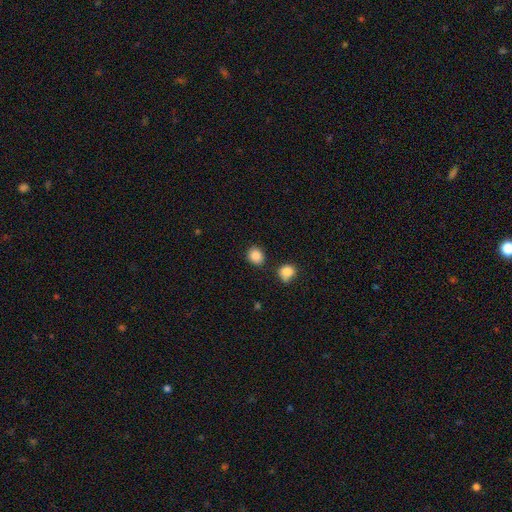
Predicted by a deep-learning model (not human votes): A smooth galaxy with no disk features (87%) that is round (67%).

Vote fractions:
- Smooth or featured? smooth: 87% / star or artifact: 10% / featured or disk: 4%
- How rounded? round: 67% / in between: 32% / cigar-shaped: 1%
- Merging? none: 81% / minor disturbance: 11% / merger: 5% / major disturbance: 3%